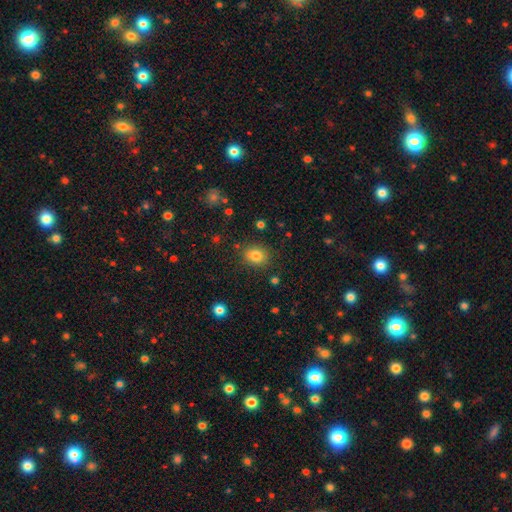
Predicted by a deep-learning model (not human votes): Overall: smooth (80%). How rounded: round (63%; in between 36%). Merging: none (83%).